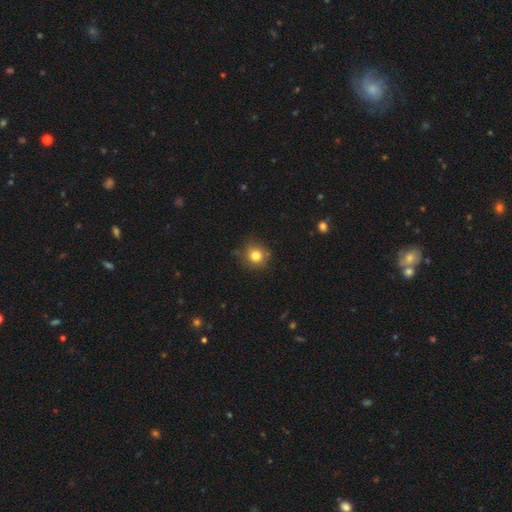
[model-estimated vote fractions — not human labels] Smooth or featured? Predicted: smooth (p=0.81). How rounded? Predicted: round (p=0.88). Merging? Predicted: none (p=0.82).